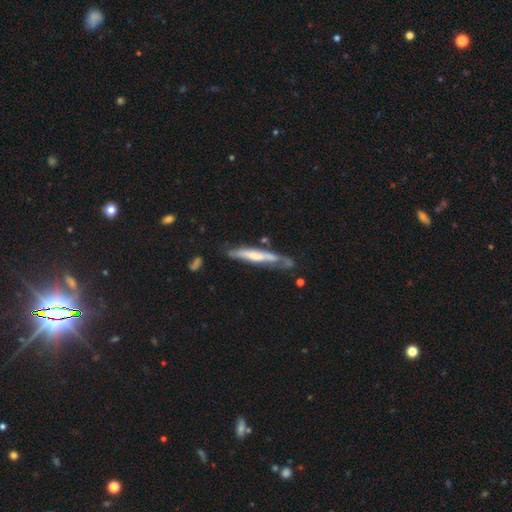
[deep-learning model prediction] Smooth or featured: featured or disk — 55% (smooth — 40%)
Edge-on disk: yes — 77% (no — 23%)
Merging: none — 54% (minor disturbance — 27%)